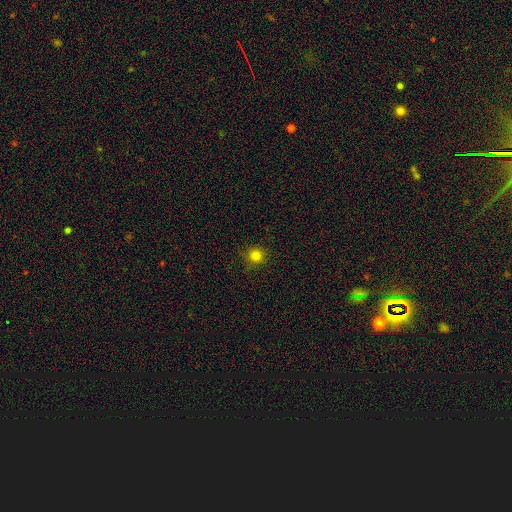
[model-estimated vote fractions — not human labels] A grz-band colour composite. It shows a smooth galaxy with no disk features (82%) that is round (95%). Merging: none (89%).